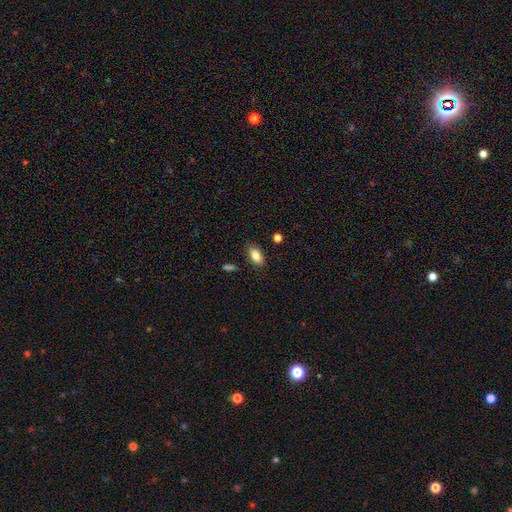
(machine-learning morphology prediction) Smooth or featured? Predicted: smooth (p=0.84). How rounded? Predicted: in between (p=0.92). Merging? Predicted: none (p=0.83).